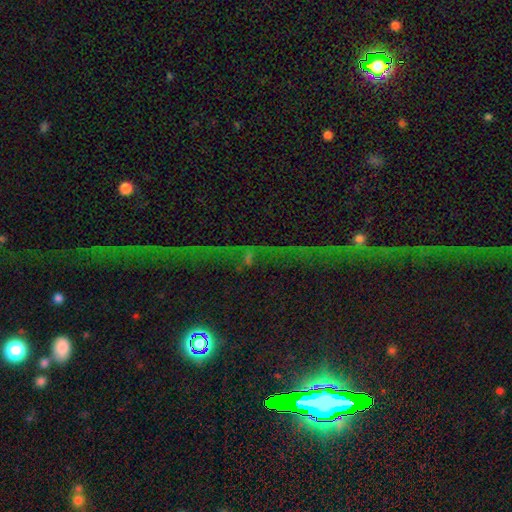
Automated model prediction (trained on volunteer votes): The model was most divided on "smooth or featured": star or artifact: 79%, featured or disk: 13%, smooth: 8%.